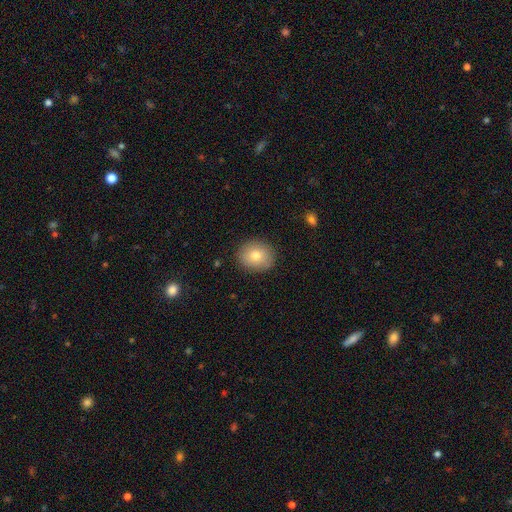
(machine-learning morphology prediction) A smooth galaxy with no disk features (78%) that is round (69%). Merging: none (88%).